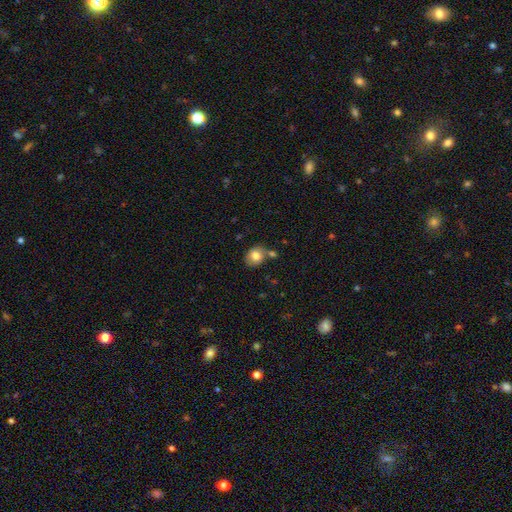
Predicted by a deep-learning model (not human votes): Morphology: type=smooth (80%); roundness=round (62%); merging=none (59%).